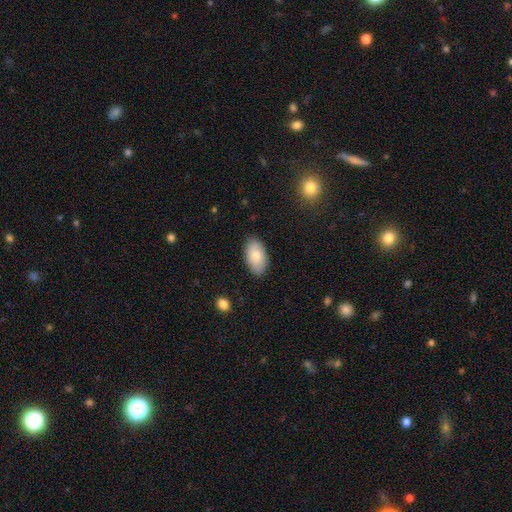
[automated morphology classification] smooth-or-featured: smooth: 83% | featured or disk: 11% | star or artifact: 6%
  how-rounded: in between: 95% | round: 3% | cigar-shaped: 2%
  merging: none: 86% | minor disturbance: 11% | major disturbance: 2% | merger: 1%